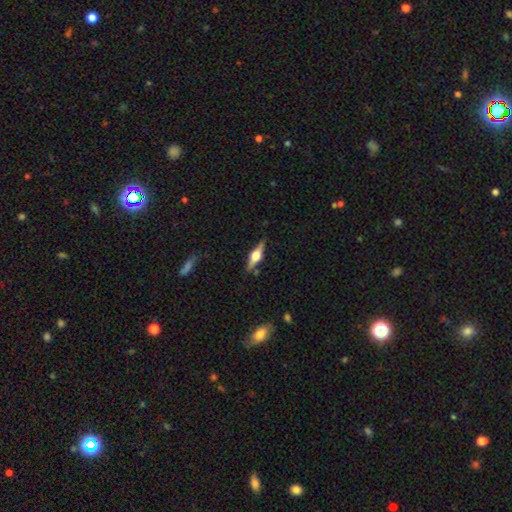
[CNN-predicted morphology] Smooth or featured?
  - featured or disk: 69% *
  - smooth: 25%
  - star or artifact: 6%
Edge-on disk?
  - yes: 96% *
  - no: 4%
Edge-on bulge?
  - rounded: 93% *
  - boxy: 6%
  - none: 1%
Merging?
  - none: 85% *
  - minor disturbance: 11%
  - major disturbance: 3%
  - merger: 2%